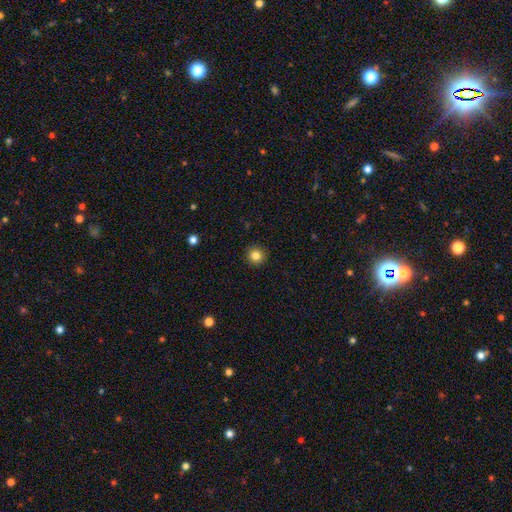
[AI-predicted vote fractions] Q: Smooth or featured?
A: smooth (84%); runner-up: star or artifact (11%)
Q: How rounded?
A: round (95%); runner-up: in between (4%)
Q: Merging?
A: none (92%); runner-up: minor disturbance (5%)